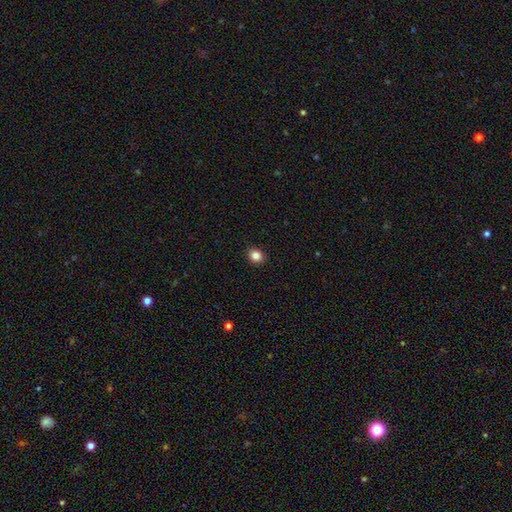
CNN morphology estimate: Smooth or featured? Predicted: smooth (p=0.85). How rounded? Predicted: round (p=0.71). Merging? Predicted: none (p=0.91).